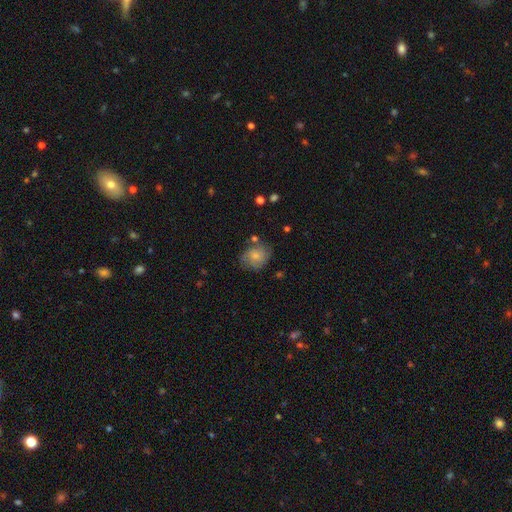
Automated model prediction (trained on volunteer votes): Smooth or featured? smooth (69%)
How rounded? round (66%)
Merging? none (62%)